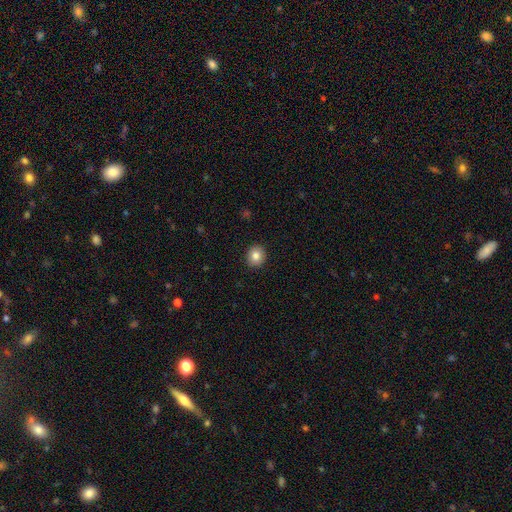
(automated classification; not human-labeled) Smooth or featured? smooth (84%)
How rounded? round (82%)
Merging? none (92%)